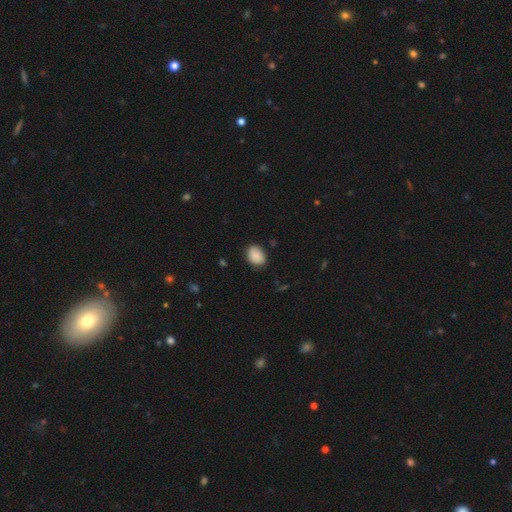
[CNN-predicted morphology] The model was most divided on "how rounded": in between: 62%, round: 37%, cigar-shaped: 1%. More confident: smooth or featured — smooth (89%); merging — none (83%).